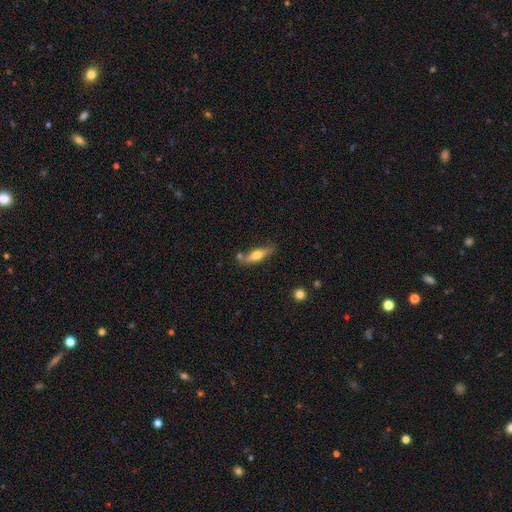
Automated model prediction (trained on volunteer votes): The model was most divided on "smooth or featured": smooth: 53%, featured or disk: 41%, star or artifact: 6%. More confident: merging — none (68%); how rounded — cigar-shaped (62%).